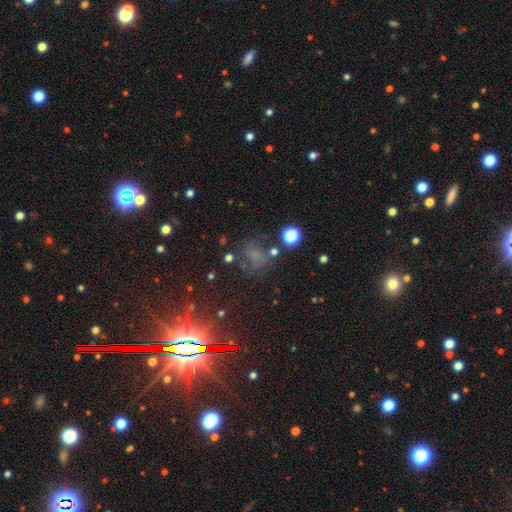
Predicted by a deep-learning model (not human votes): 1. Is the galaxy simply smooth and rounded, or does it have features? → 43% star or artifact, 39% smooth, 19% featured or disk.